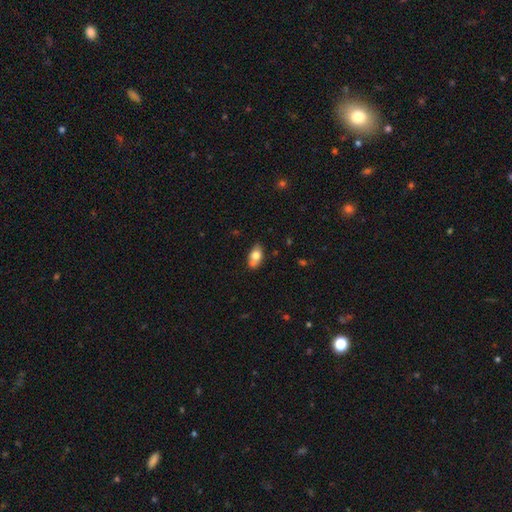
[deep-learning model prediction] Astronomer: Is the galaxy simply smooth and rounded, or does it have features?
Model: smooth — 72%.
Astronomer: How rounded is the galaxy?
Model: in between — 89%.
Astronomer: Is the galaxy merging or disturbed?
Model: none — 71%.